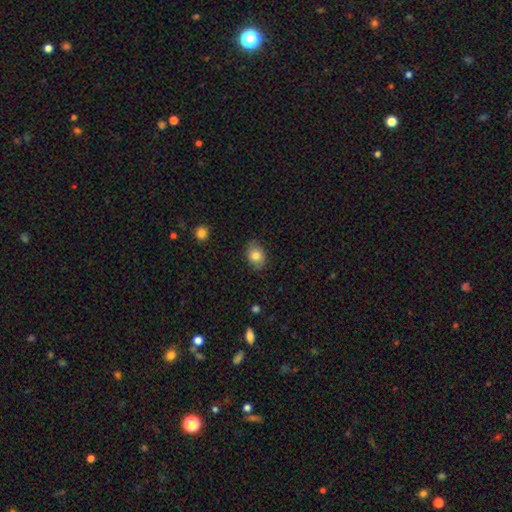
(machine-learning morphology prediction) smooth_or_featured: smooth (p=0.80) [alt: featured or disk p=0.11]
how_rounded: in between (p=0.72) [alt: round p=0.27]
merging: none (p=0.81) [alt: minor disturbance p=0.15]